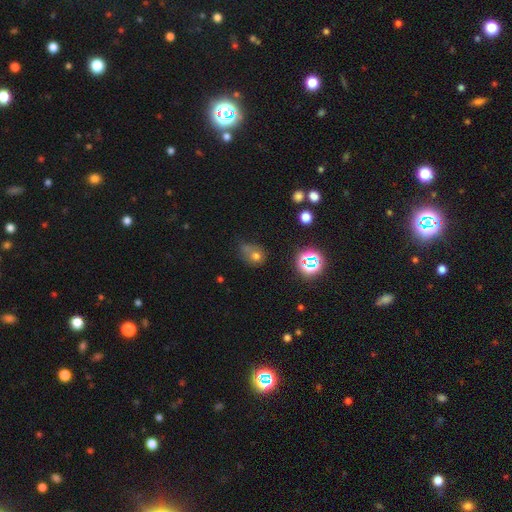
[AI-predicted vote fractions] Morphology: type=smooth (63%); roundness=round (67%); merging=none (39%).